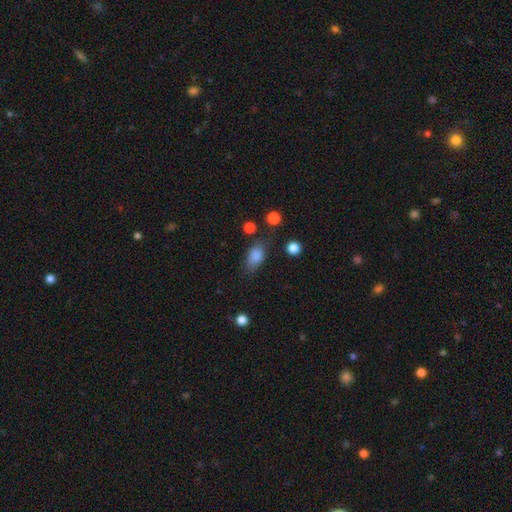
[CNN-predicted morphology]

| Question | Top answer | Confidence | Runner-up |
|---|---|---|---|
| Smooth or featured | smooth | 84% | star or artifact (10%) |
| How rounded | in between | 85% | round (11%) |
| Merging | none | 65% | minor disturbance (23%) |